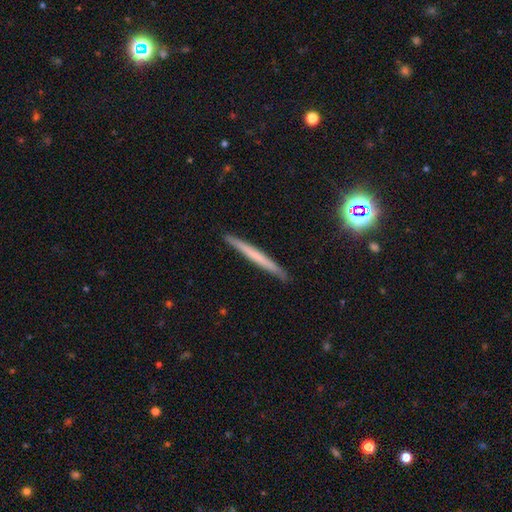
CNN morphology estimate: This is possibly a smooth galaxy (50%). Merging: clearly none (91%).